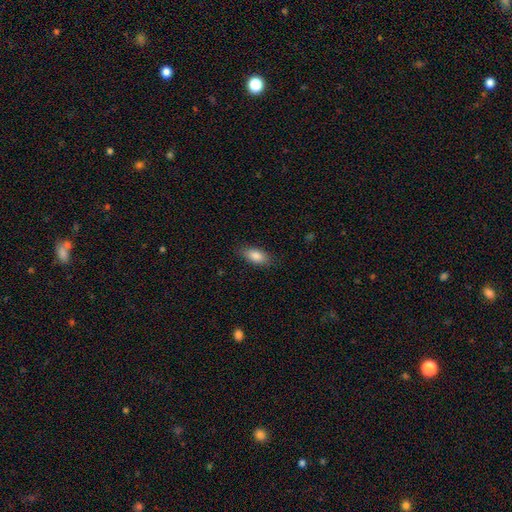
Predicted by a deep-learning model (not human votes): smooth_or_featured: smooth (p=0.86) [alt: featured or disk p=0.08]
how_rounded: in between (p=0.87) [alt: cigar-shaped p=0.09]
merging: none (p=0.84) [alt: minor disturbance p=0.12]